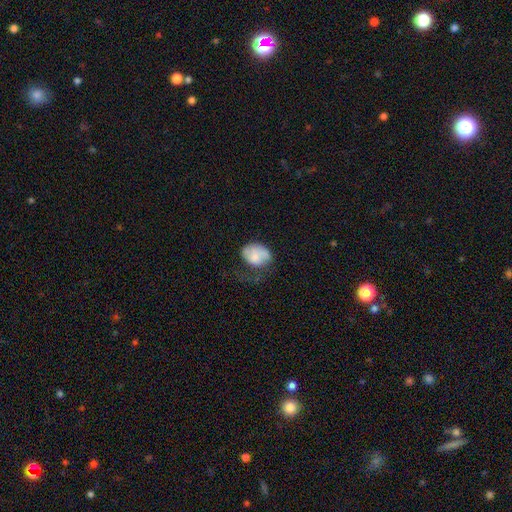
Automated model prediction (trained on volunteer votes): smooth_or_featured: smooth (p=0.67) [alt: featured or disk p=0.25]
how_rounded: in between (p=0.66) [alt: round p=0.32]
merging: major disturbance (p=0.37) [alt: minor disturbance p=0.32]